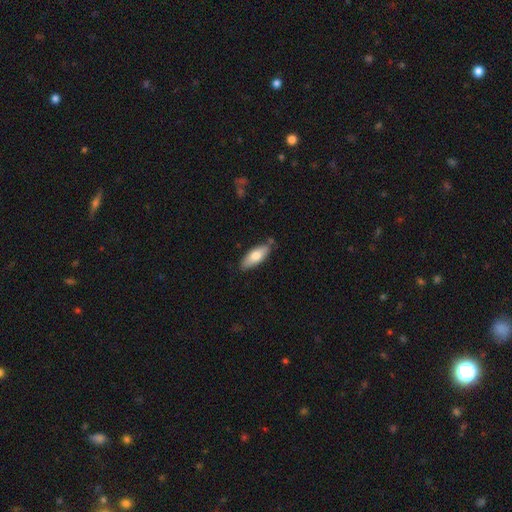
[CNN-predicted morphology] smooth_or_featured: smooth (p=0.75) [alt: featured or disk p=0.19]
how_rounded: in between (p=0.73) [alt: cigar-shaped p=0.25]
merging: none (p=0.76) [alt: minor disturbance p=0.18]